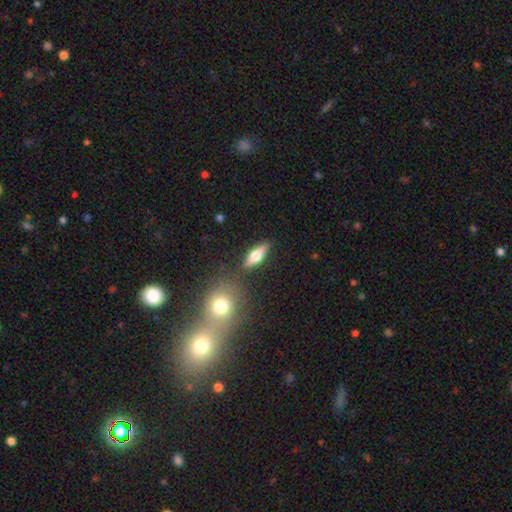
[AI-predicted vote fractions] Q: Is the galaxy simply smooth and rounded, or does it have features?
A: smooth — 50%.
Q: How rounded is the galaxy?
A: in between — 53%.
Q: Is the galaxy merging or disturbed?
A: none — 83%.